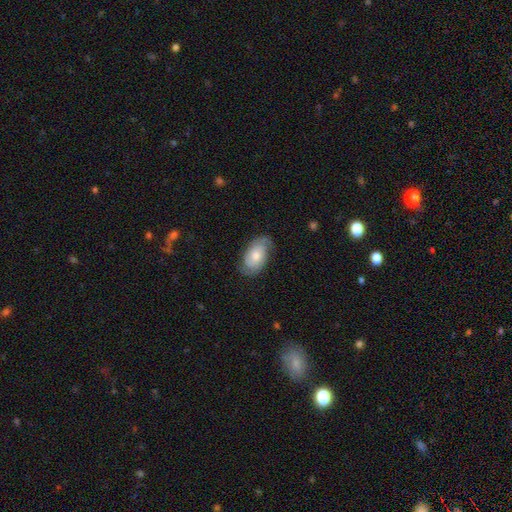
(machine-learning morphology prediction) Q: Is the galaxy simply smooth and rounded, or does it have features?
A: featured or disk — 50%.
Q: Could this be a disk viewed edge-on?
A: no — 94%.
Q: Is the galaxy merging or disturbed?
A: none — 69%.